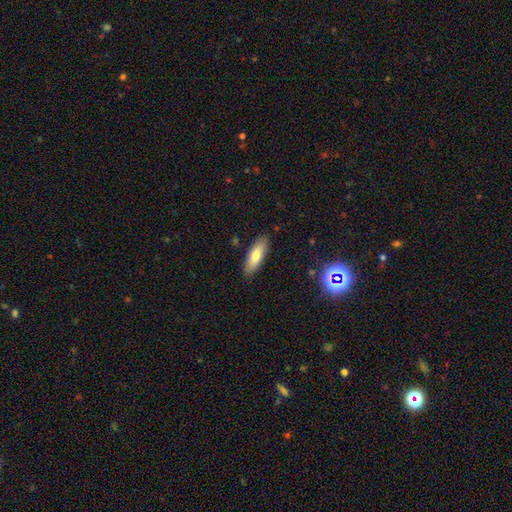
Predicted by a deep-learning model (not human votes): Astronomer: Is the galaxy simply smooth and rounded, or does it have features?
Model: smooth — 75%.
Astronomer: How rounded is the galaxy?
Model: in between — 56% (runner-up: cigar-shaped, 42%).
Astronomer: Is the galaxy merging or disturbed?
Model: none — 87%.